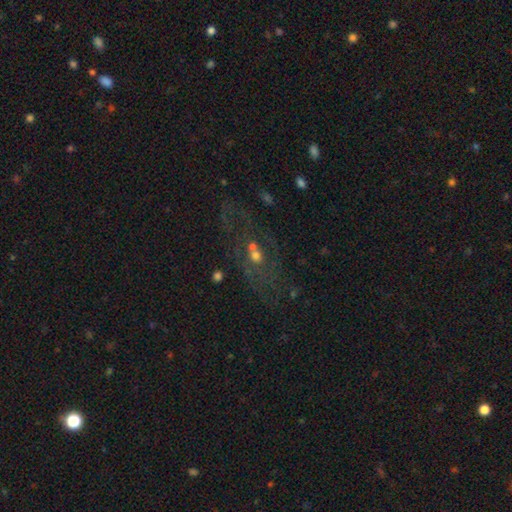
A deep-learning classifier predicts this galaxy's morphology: Smooth or featured?
  - featured or disk: 47% *
  - smooth: 34%
  - star or artifact: 19%
Merging?
  - none: 38% *
  - merger: 30%
  - major disturbance: 17%
  - minor disturbance: 15%